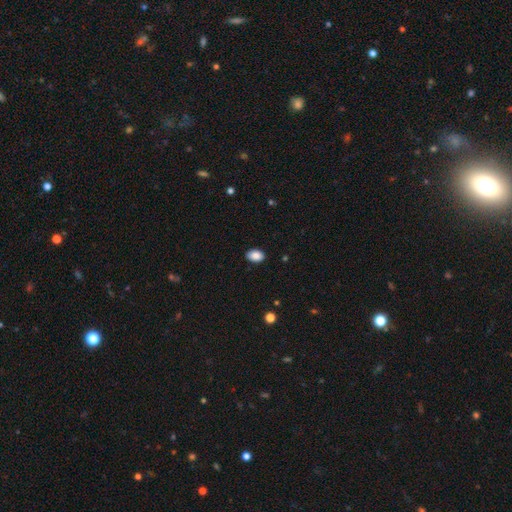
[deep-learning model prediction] Smooth or featured? smooth (88%)
How rounded? in between (87%)
Merging? none (89%)